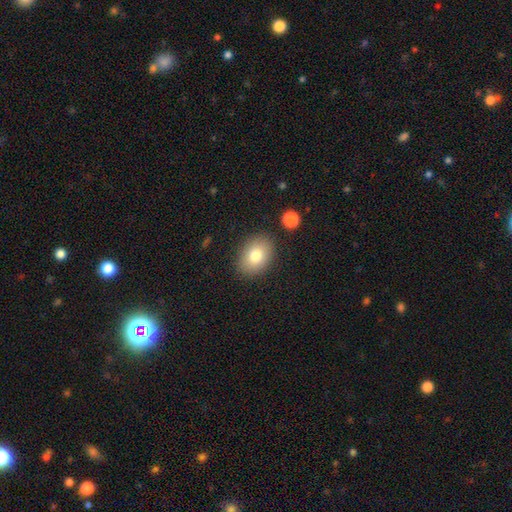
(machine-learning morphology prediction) The model was most divided on "how rounded": in between: 76%, round: 23%, cigar-shaped: 1%. More confident: merging — none (86%); smooth or featured — smooth (78%).